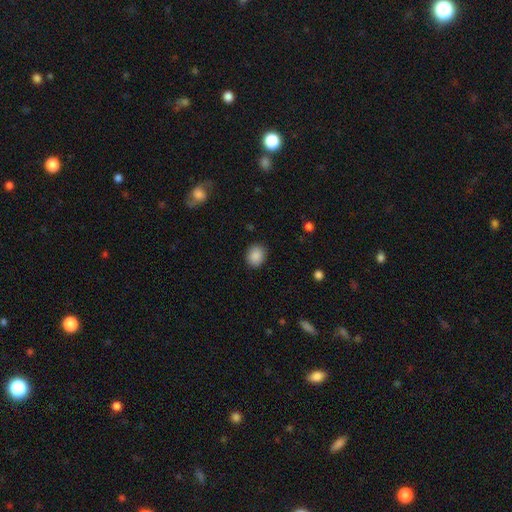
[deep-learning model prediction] A smooth galaxy with no disk features (89%) that is round (65%).

Vote fractions:
- Smooth or featured? smooth: 89% / star or artifact: 8% / featured or disk: 3%
- How rounded? round: 65% / in between: 34% / cigar-shaped: 1%
- Merging? none: 88% / minor disturbance: 8% / major disturbance: 2% / merger: 1%